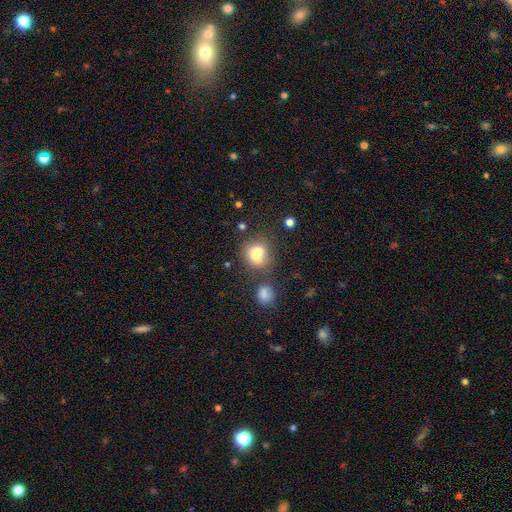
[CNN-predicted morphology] Overall: smooth (68%). How rounded: round (72%). Merging: merger (51%; none 35%).